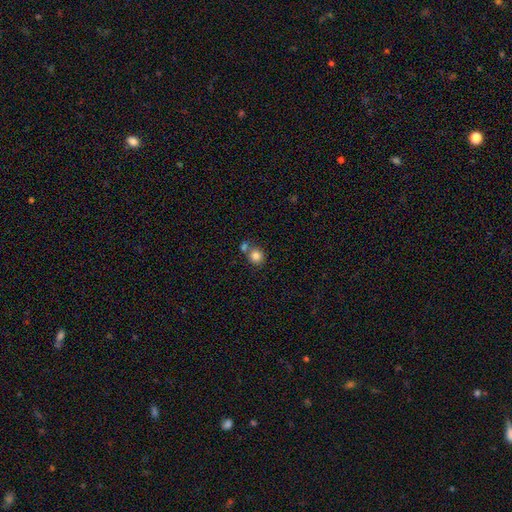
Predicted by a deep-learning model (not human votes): Overall: smooth (83%). How rounded: round (87%). Merging: none (56%; merger 32%).